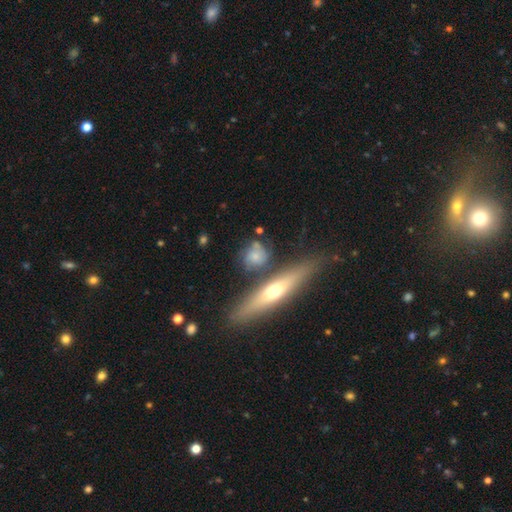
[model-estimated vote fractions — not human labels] This appears to be a smooth galaxy with no disk features (54%) that is round (63%). Merging: none (61%).